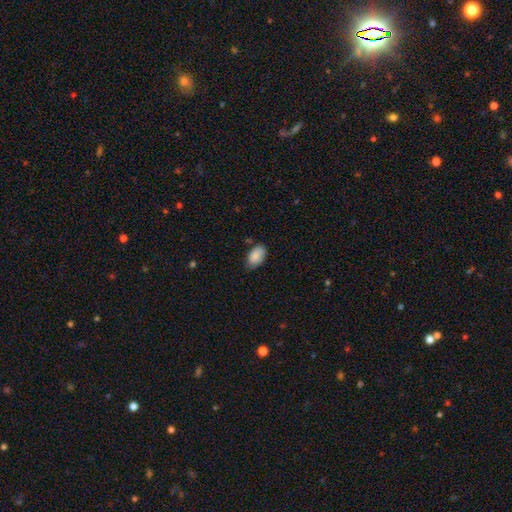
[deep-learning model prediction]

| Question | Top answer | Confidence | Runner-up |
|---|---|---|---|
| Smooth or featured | smooth | 87% | featured or disk (7%) |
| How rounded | in between | 94% | round (5%) |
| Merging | none | 70% | minor disturbance (25%) |